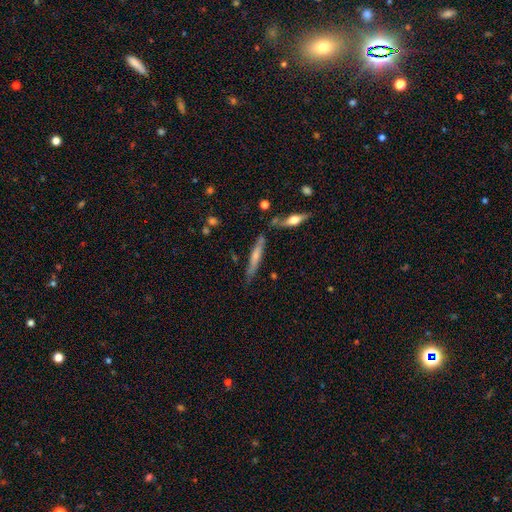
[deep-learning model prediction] Smooth or featured? Predicted: smooth (p=0.47). Merging? Predicted: none (p=0.73).